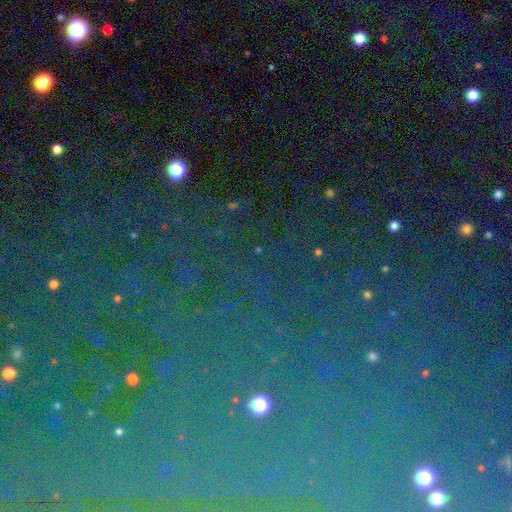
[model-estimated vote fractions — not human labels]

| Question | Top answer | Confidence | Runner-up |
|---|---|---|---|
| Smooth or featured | star or artifact | 78% | smooth (11%) |